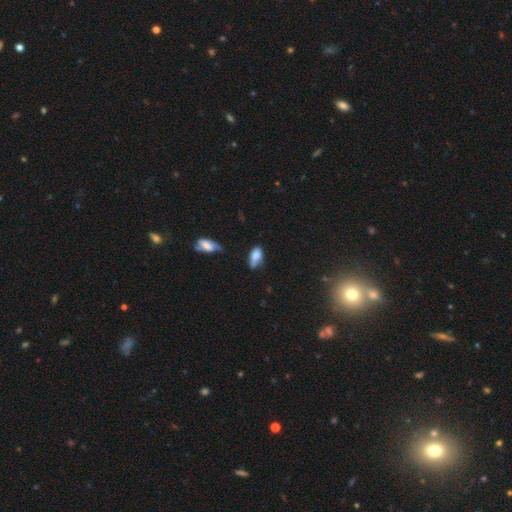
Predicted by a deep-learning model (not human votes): Overall: smooth (74%). How rounded: in between (85%). Merging: minor disturbance (38%; none 34%).